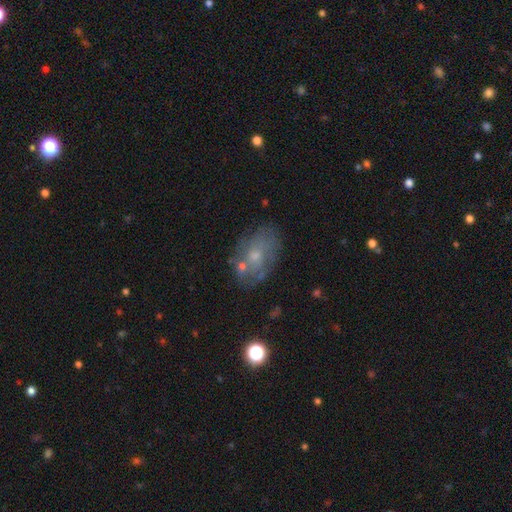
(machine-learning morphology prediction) A featured or disk galaxy (50%).

Vote fractions:
- Smooth or featured? featured or disk: 50% / smooth: 39% / star or artifact: 11%
- Merging? none: 60% / minor disturbance: 22% / major disturbance: 10% / merger: 8%